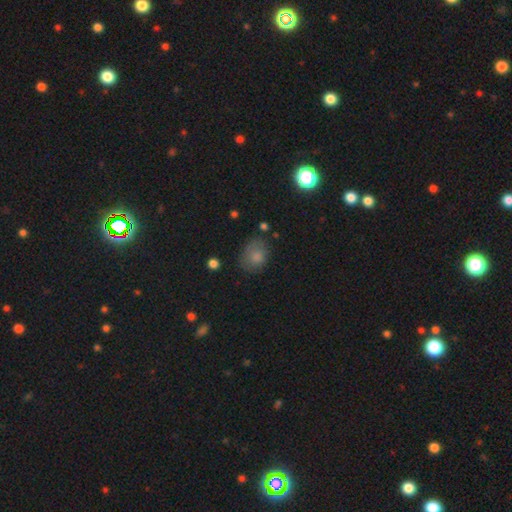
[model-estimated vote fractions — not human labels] This appears to be a smooth galaxy with no disk features (78%) that is in between round and cigar-shaped (57%). Merging: none (55%).